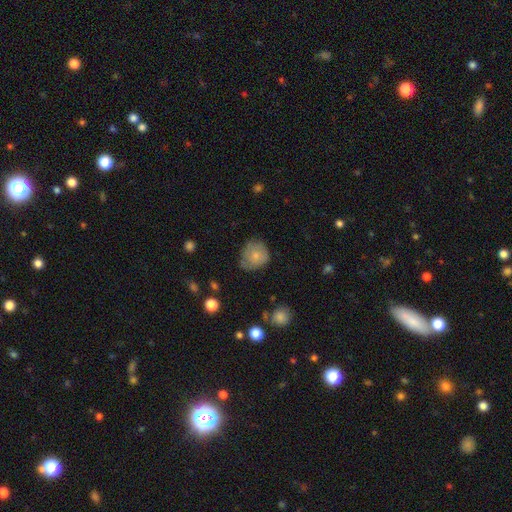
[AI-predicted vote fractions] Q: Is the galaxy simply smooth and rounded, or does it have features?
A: smooth — 71%.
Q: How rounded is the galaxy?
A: round — 78%.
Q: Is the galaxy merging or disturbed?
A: none — 57%.